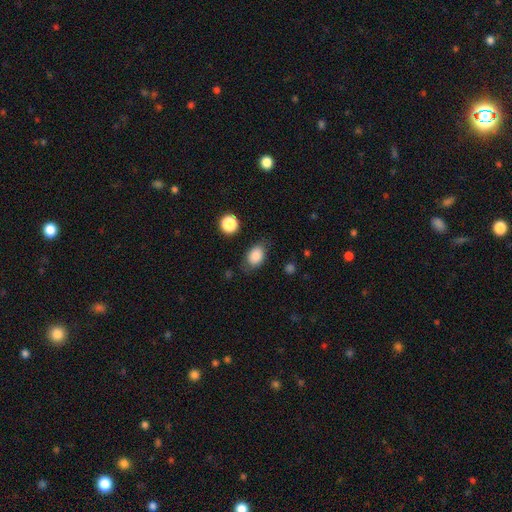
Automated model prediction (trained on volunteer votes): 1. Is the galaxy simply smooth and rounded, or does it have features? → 86% smooth, 8% star or artifact, 6% featured or disk.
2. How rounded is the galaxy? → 77% in between, 22% round, 1% cigar-shaped.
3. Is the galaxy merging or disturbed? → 74% none, 18% minor disturbance, 6% major disturbance, 2% merger.